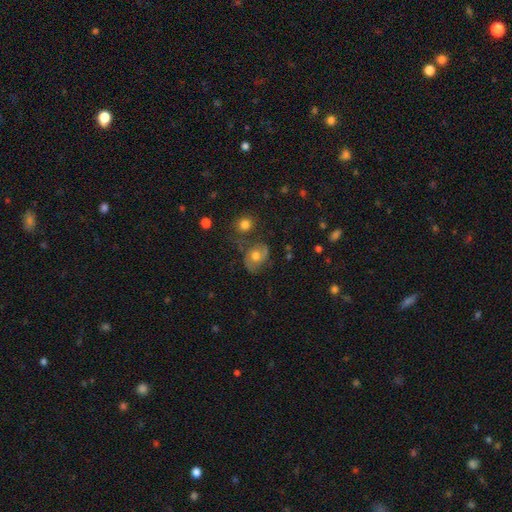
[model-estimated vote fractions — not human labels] featured or disk 47%, smooth 43%, star or artifact 11%. Down the decision tree: merging — none (54%).